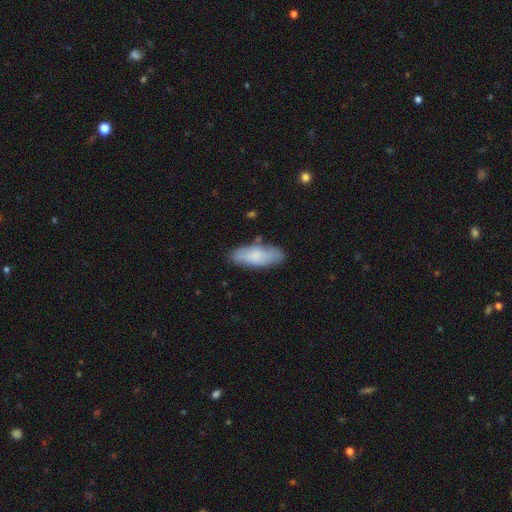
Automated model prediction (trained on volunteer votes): smooth-or-featured: smooth: 70% | featured or disk: 24% | star or artifact: 6%
  how-rounded: in between: 73% | cigar-shaped: 25% | round: 2%
  merging: none: 75% | minor disturbance: 18% | major disturbance: 4% | merger: 3%